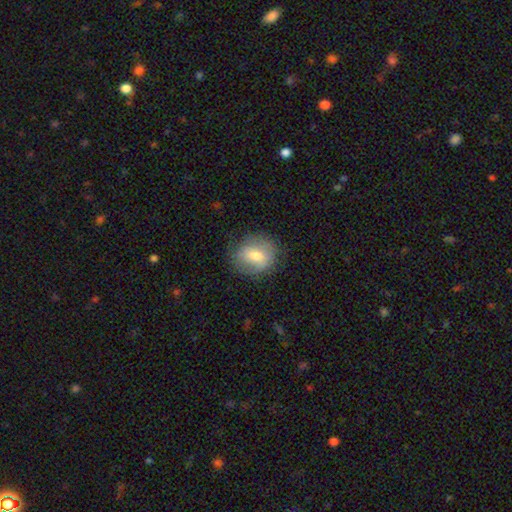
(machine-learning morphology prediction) This appears to be a smooth galaxy with no disk features (63%) that is round (68%). Merging: none (74%).